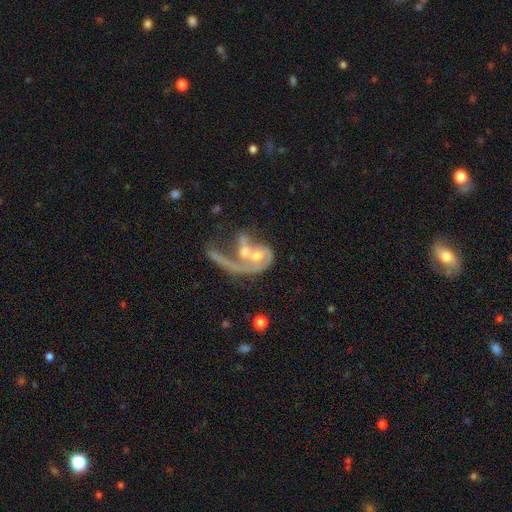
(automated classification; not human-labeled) Q: Smooth or featured?
A: featured or disk (73%); runner-up: smooth (19%)
Q: Edge-on disk?
A: no (95%); runner-up: yes (5%)
Q: Bar?
A: no (67%); runner-up: weak (24%)
Q: Spiral arms?
A: yes (72%); runner-up: no (28%)
Q: Spiral winding?
A: loose (48%); runner-up: medium (31%)
Q: Spiral arm count?
A: 1 (64%); runner-up: 2 (20%)
Q: Bulge size?
A: moderate (55%); runner-up: small (31%)
Q: Merging?
A: merger (54%); runner-up: major disturbance (23%)